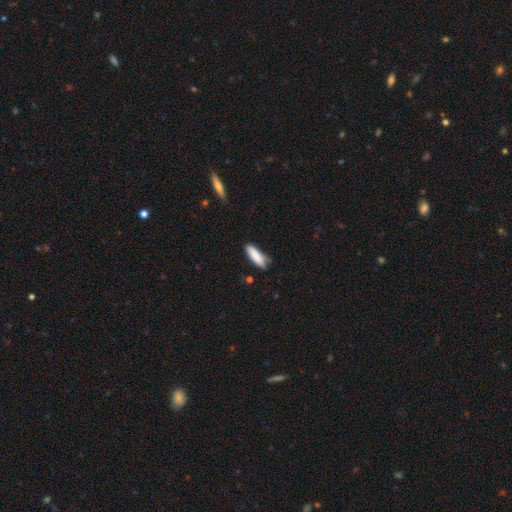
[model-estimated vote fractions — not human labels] Morphology: type=smooth (87%); roundness=cigar-shaped (51%); merging=none (77%).